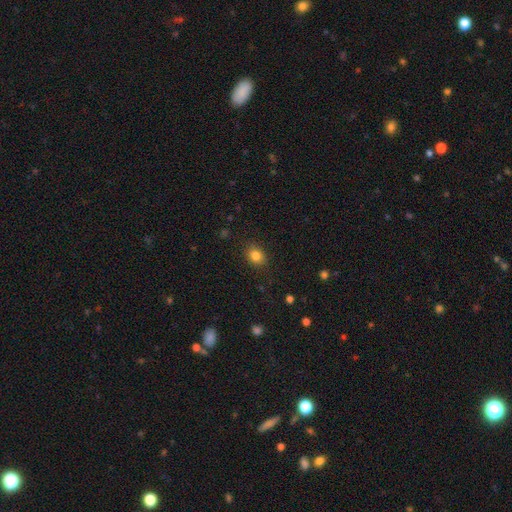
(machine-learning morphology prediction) Smooth or featured? smooth (83%)
How rounded? in between (55%)
Merging? none (84%)